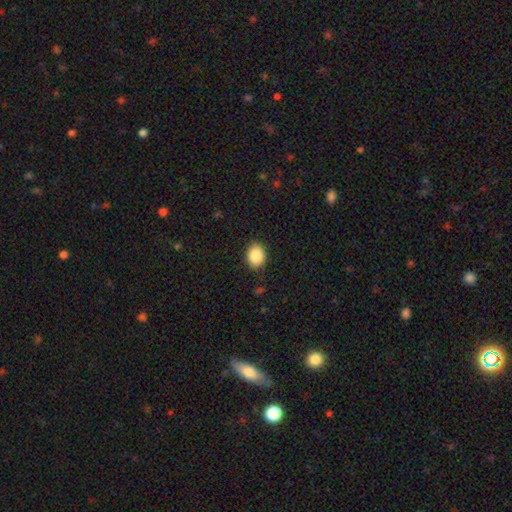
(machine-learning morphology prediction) smooth_or_featured: smooth (p=0.88) [alt: star or artifact p=0.08]
how_rounded: in between (p=0.59) [alt: round p=0.40]
merging: none (p=0.88) [alt: minor disturbance p=0.09]